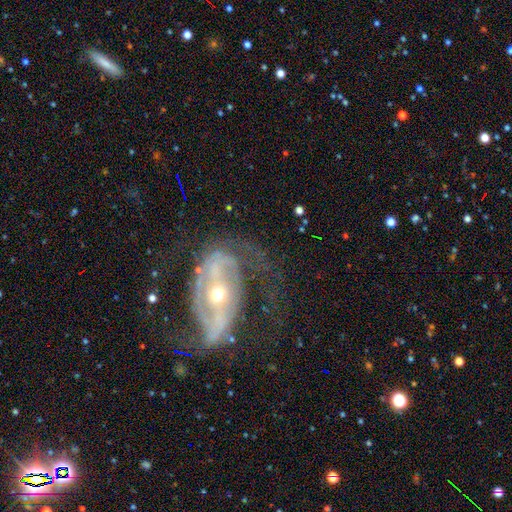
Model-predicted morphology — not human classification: Smooth or featured: featured or disk — 86% (smooth — 7%)
Edge-on disk: no — 94% (yes — 6%)
Bar: strong — 47% (weak — 28%)
Spiral arms: yes — 89% (no — 11%)
Spiral winding: medium — 45% (loose — 32%)
Spiral arm count: 2 — 79% (can't tell — 9%)
Bulge size: moderate — 55% (small — 40%)
Merging: none — 53% (major disturbance — 26%)